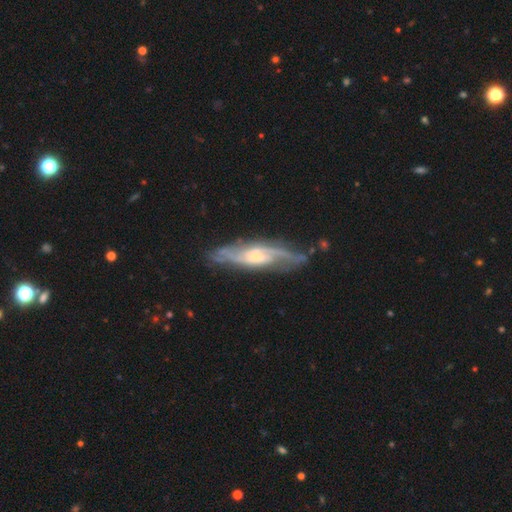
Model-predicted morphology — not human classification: smooth-or-featured: featured or disk: 82% | smooth: 12% | star or artifact: 5%
  disk-edge-on: no: 68% | yes: 32%
    bar: no: 48% | weak: 42% | strong: 10%
    has-spiral-arms: yes: 93% | no: 7%
      spiral-winding: medium: 45% | loose: 32% | tight: 23%
      spiral-arm-count: 2: 64% | can't tell: 22% | 3: 6% | 1: 4% | 4: 3% | more than 4: 2%
    bulge-size: moderate: 47% | small: 30% | large: 14% | none: 8% | dominant: 1%
  merging: none: 71% | minor disturbance: 19% | major disturbance: 7% | merger: 2%